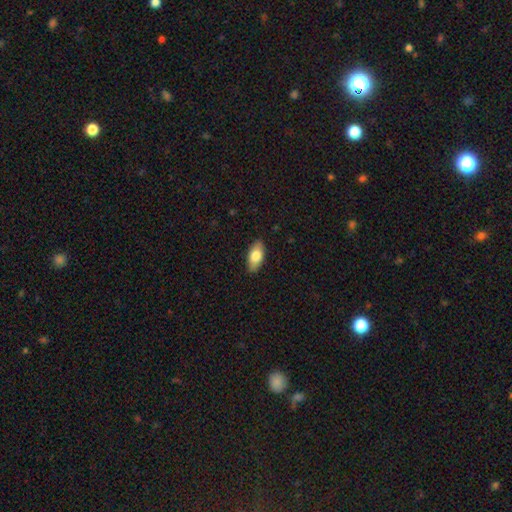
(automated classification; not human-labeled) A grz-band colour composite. It shows a smooth galaxy with no disk features (77%) that is in between round and cigar-shaped (90%). Merging: none (87%).